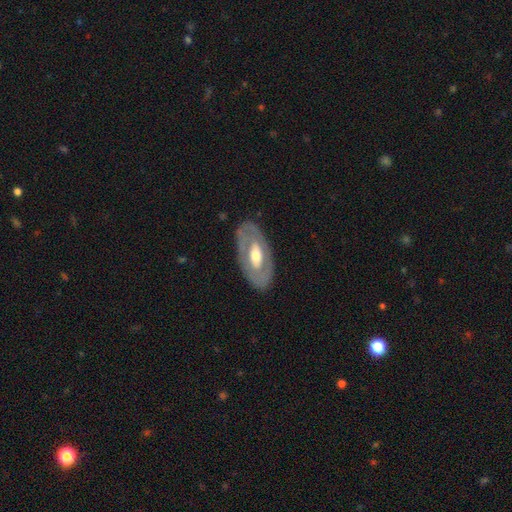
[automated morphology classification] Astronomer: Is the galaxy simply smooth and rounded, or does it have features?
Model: featured or disk — 62%.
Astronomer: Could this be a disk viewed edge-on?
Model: no — 88%.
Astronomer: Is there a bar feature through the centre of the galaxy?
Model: no — 58%.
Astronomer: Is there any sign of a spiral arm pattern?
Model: no — 75%.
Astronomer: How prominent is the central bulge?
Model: moderate — 66%.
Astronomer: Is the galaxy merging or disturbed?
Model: none — 82%.